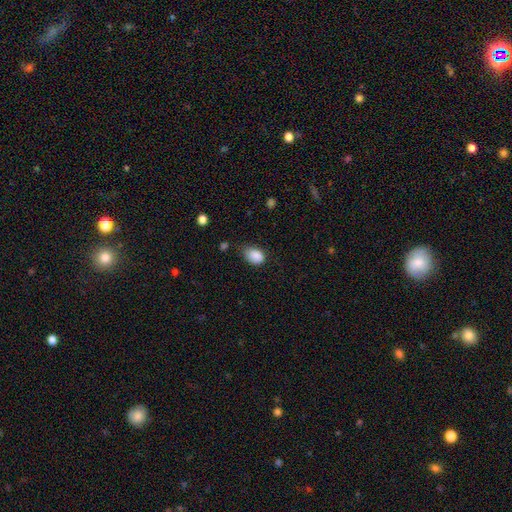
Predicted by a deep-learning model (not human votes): A smooth galaxy with no disk features (88%) that is in between round and cigar-shaped (76%). Merging: none (55%).